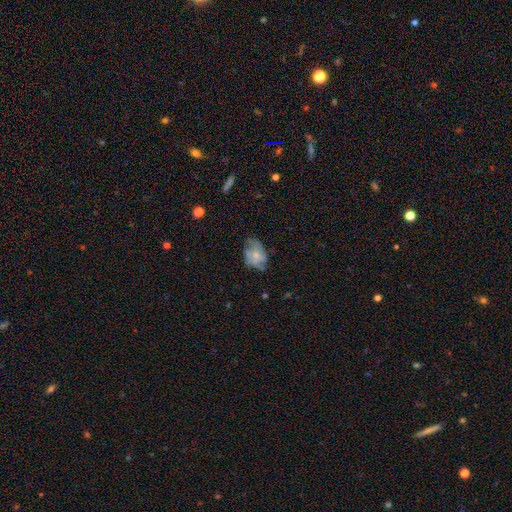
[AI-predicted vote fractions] Morphology: type=featured or disk (48%); merging=none (55%).